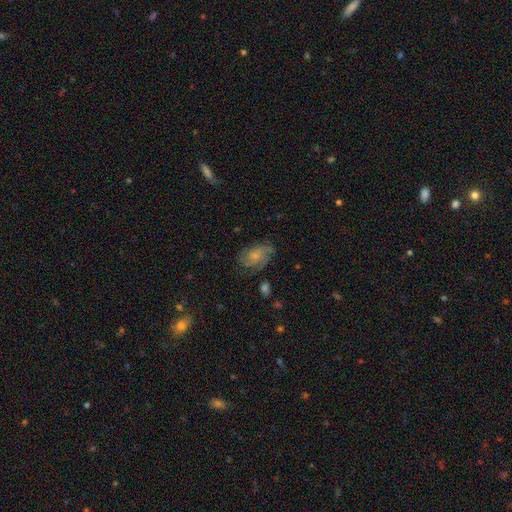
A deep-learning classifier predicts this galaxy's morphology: This appears to be a featured or disk galaxy (52%) with no bar (72%), spiral arms (84%) and a small central bulge (45%). Merging: none (65%).